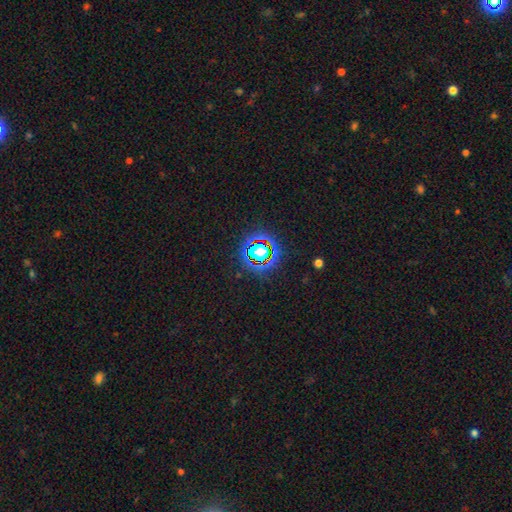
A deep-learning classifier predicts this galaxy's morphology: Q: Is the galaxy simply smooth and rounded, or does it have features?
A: star or artifact — 80%.